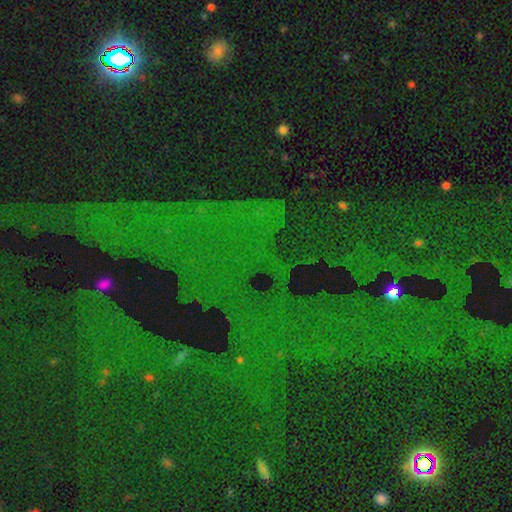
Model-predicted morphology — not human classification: The model was most divided on "smooth or featured": star or artifact: 83%, smooth: 9%, featured or disk: 8%.